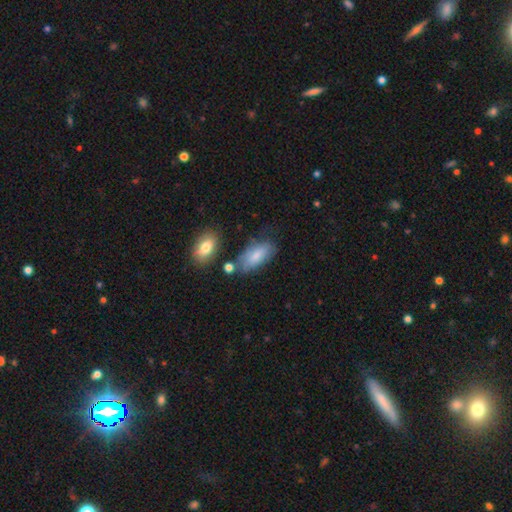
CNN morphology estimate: A smooth galaxy with no disk features (73%) that is in between round and cigar-shaped (88%). Merging: none (60%).